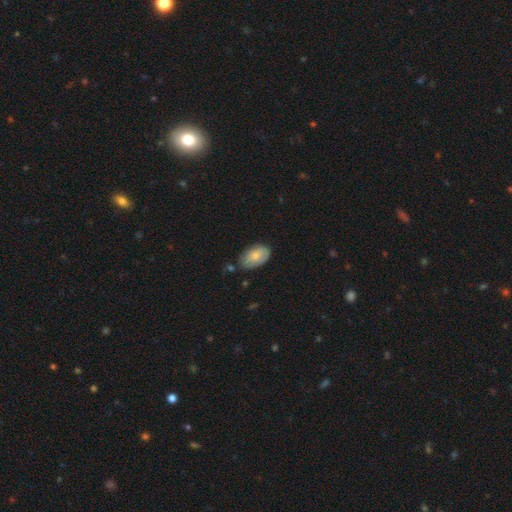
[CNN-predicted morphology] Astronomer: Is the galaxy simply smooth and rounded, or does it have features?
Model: smooth — 78%.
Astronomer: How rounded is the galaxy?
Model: in between — 93%.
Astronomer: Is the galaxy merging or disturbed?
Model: none — 65%.